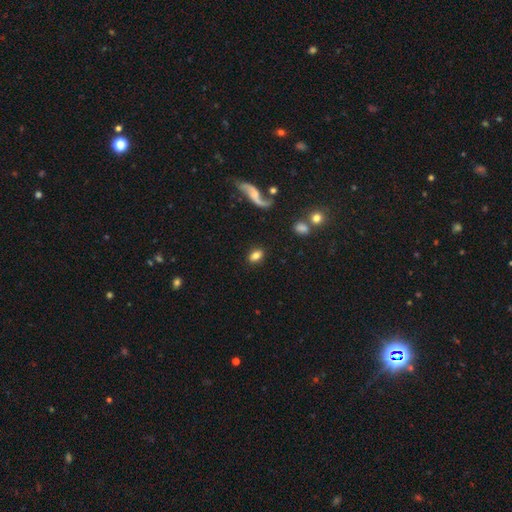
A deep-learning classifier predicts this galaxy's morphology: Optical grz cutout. It shows a smooth galaxy with no disk features (75%) that is in between round and cigar-shaped (79%). Merging: none (82%).